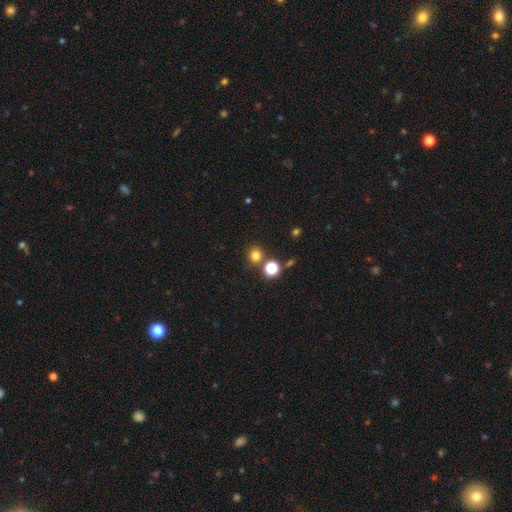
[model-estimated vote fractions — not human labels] This appears to be a smooth galaxy with no disk features (76%) that is round (90%). Merging: none (77%).